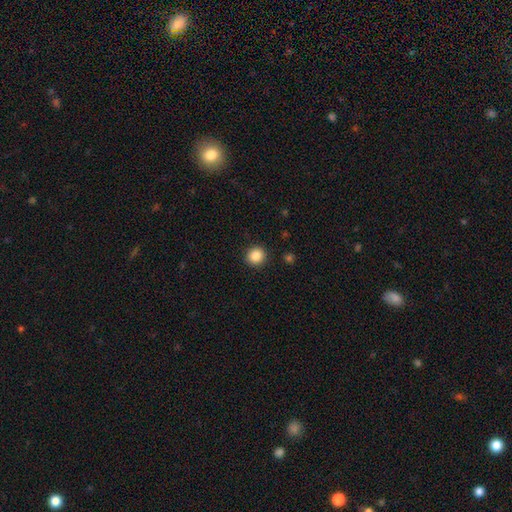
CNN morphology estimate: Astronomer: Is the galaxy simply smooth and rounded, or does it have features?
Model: smooth — 86%.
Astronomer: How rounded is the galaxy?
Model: round — 91%.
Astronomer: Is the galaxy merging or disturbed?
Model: none — 92%.